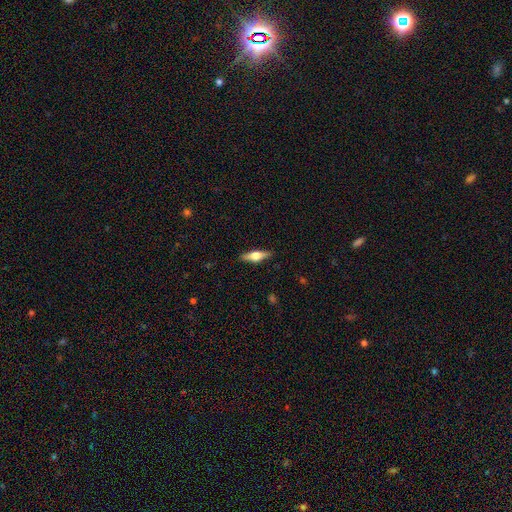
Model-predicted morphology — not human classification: A featured or disk galaxy (56%) viewed edge-on (95%) with a rounded central bulge (94%).

Vote fractions:
- Smooth or featured? featured or disk: 56% / smooth: 38% / star or artifact: 6%
- Edge-on disk? yes: 95% / no: 5%
- Edge-on bulge? rounded: 94% / boxy: 5% / none: 2%
- Merging? none: 89% / minor disturbance: 8% / major disturbance: 2% / merger: 1%